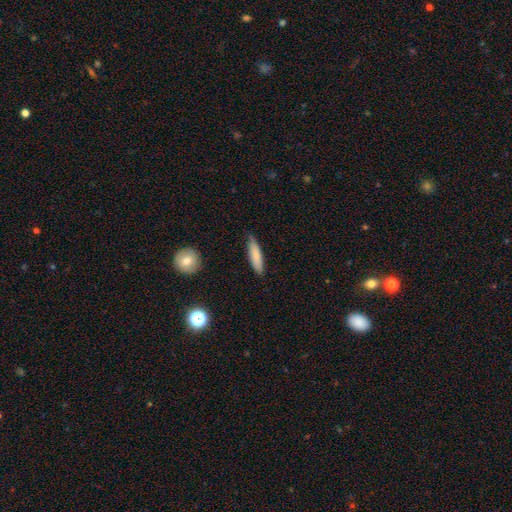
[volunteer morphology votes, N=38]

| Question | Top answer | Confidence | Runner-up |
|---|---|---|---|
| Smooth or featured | smooth | 79% | featured or disk (16%) |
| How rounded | cigar-shaped | 67% | in between (33%) |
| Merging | none | 86% | minor disturbance (11%) |